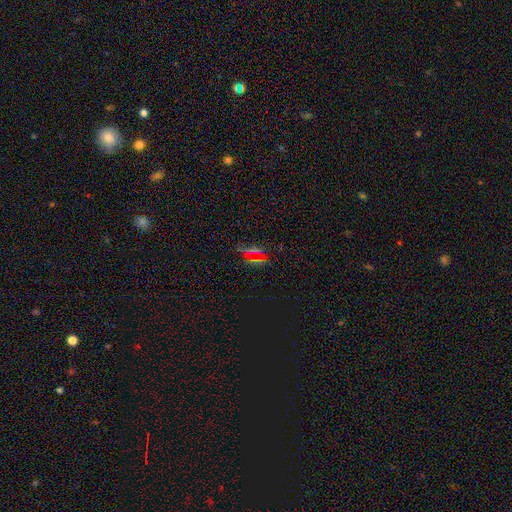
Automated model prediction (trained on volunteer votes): A star or artifact, not a galaxy (53%).